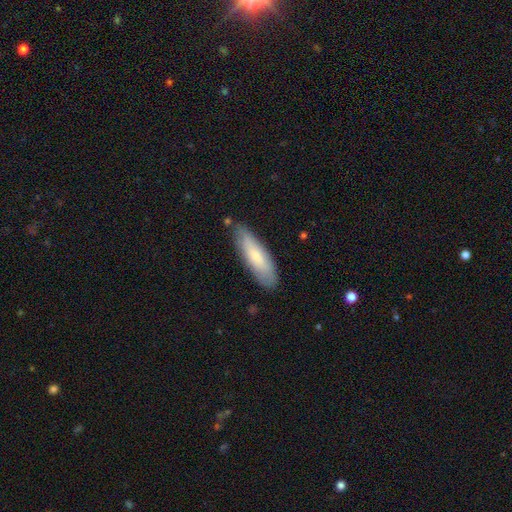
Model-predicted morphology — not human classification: Smooth or featured: smooth — 69% (featured or disk — 25%)
How rounded: cigar-shaped — 55% (in between — 43%)
Merging: none — 79% (minor disturbance — 16%)